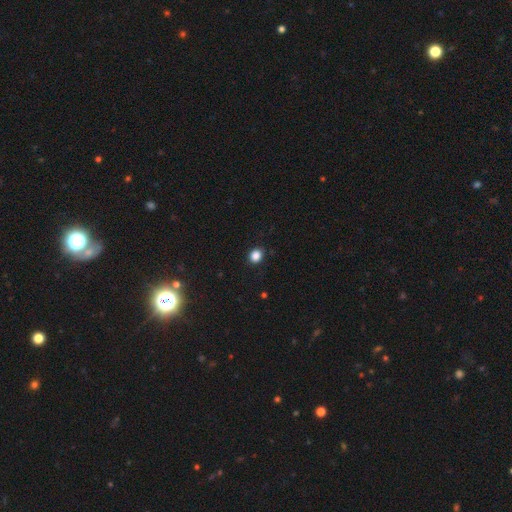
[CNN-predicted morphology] Smooth or featured? Predicted: smooth (p=0.85). How rounded? Predicted: round (p=0.71). Merging? Predicted: none (p=0.90).